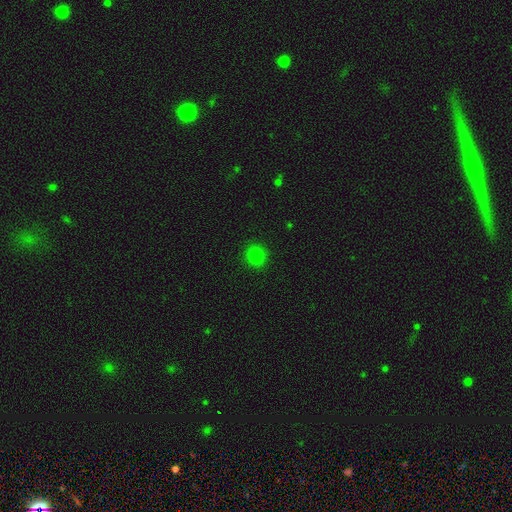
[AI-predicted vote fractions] Smooth or featured? Predicted: smooth (p=0.81). How rounded? Predicted: round (p=0.84). Merging? Predicted: none (p=0.91).